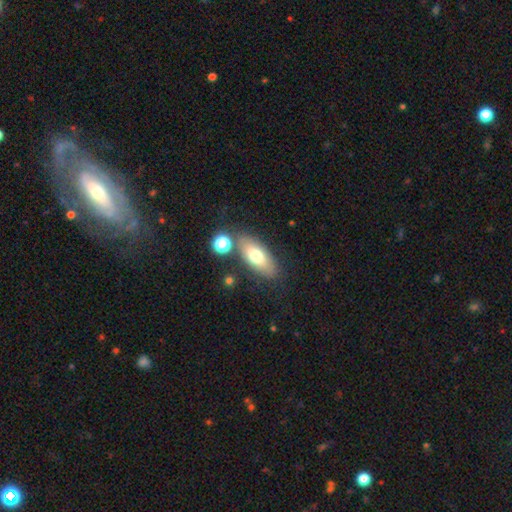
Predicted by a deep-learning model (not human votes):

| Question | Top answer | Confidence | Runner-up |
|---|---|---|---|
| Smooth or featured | smooth | 69% | featured or disk (23%) |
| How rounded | in between | 82% | cigar-shaped (14%) |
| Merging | none | 76% | minor disturbance (13%) |